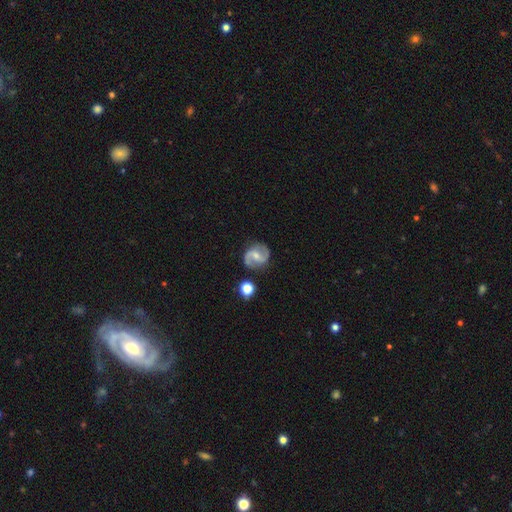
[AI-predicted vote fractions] Q: Smooth or featured?
A: featured or disk (85%); runner-up: smooth (9%)
Q: Edge-on disk?
A: no (98%); runner-up: yes (2%)
Q: Bar?
A: weak (47%); runner-up: no (29%)
Q: Spiral arms?
A: yes (96%); runner-up: no (4%)
Q: Spiral winding?
A: medium (52%); runner-up: loose (30%)
Q: Spiral arm count?
A: 2 (93%); runner-up: can't tell (2%)
Q: Bulge size?
A: small (48%); runner-up: moderate (45%)
Q: Merging?
A: none (84%); runner-up: minor disturbance (11%)